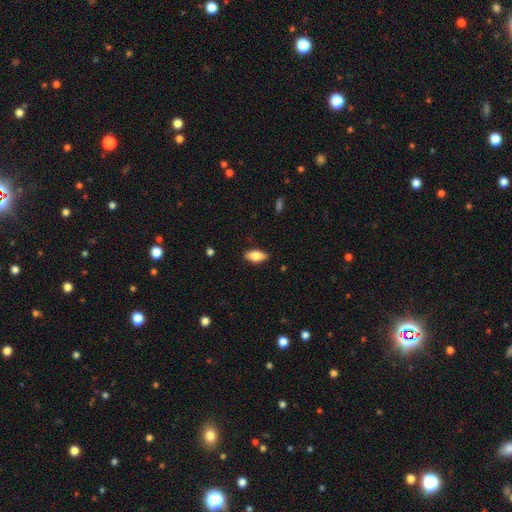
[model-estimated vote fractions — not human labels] Smooth or featured? Predicted: smooth (p=0.76). How rounded? Predicted: in between (p=0.86). Merging? Predicted: none (p=0.87).